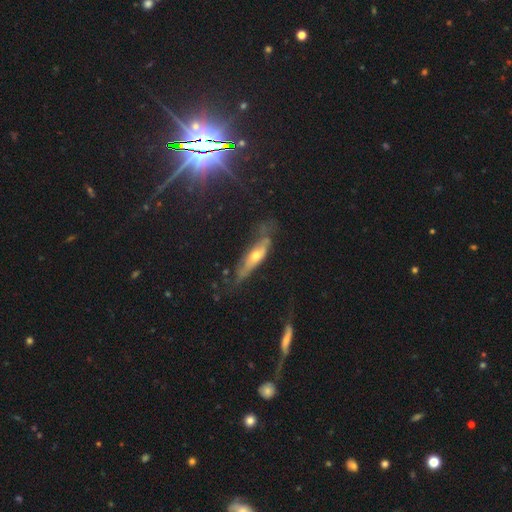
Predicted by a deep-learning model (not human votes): smooth-or-featured: featured or disk: 60% | smooth: 32% | star or artifact: 7%
  disk-edge-on: yes: 56% | no: 44%
  merging: none: 51% | minor disturbance: 29% | major disturbance: 16% | merger: 4%